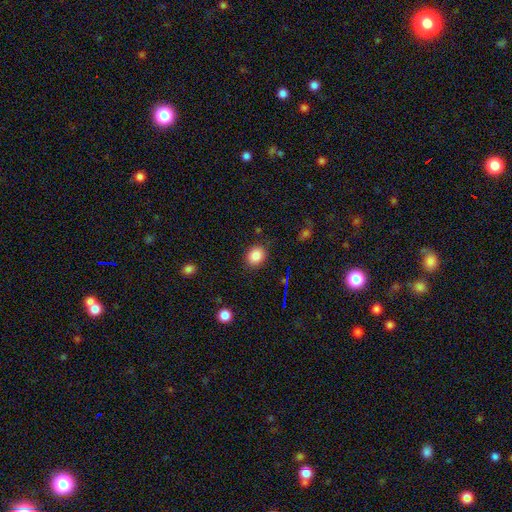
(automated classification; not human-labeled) A smooth galaxy with no disk features (84%) that is round (57%).

Vote fractions:
- Smooth or featured? smooth: 84% / star or artifact: 11% / featured or disk: 5%
- How rounded? round: 57% / in between: 42% / cigar-shaped: 1%
- Merging? none: 86% / minor disturbance: 10% / major disturbance: 3% / merger: 2%